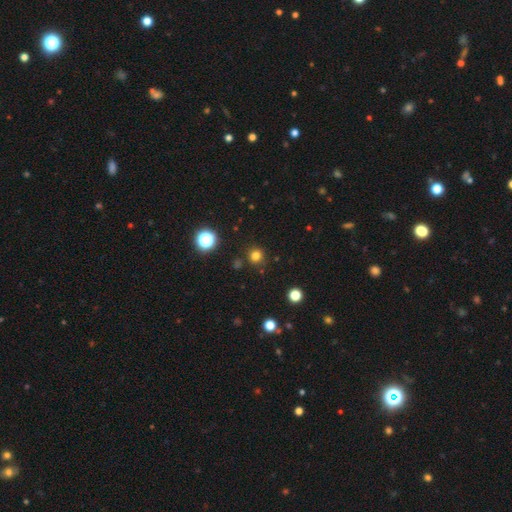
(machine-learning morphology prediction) smooth_or_featured: smooth (p=0.78) [alt: star or artifact p=0.18]
how_rounded: round (p=0.92) [alt: in between p=0.07]
merging: none (p=0.87) [alt: minor disturbance p=0.07]